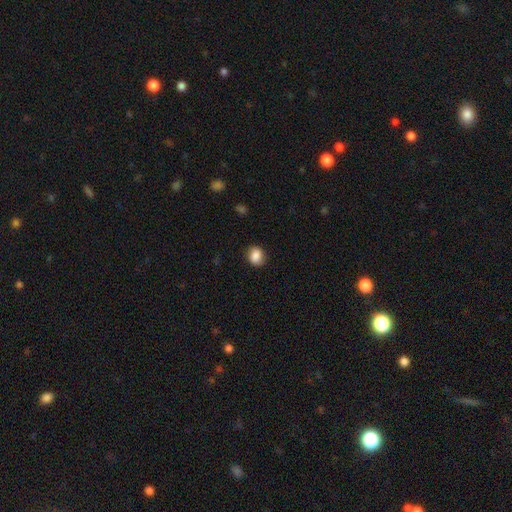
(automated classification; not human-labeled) Q: Smooth or featured?
A: smooth (87%); runner-up: star or artifact (9%)
Q: How rounded?
A: round (61%); runner-up: in between (38%)
Q: Merging?
A: none (85%); runner-up: minor disturbance (11%)